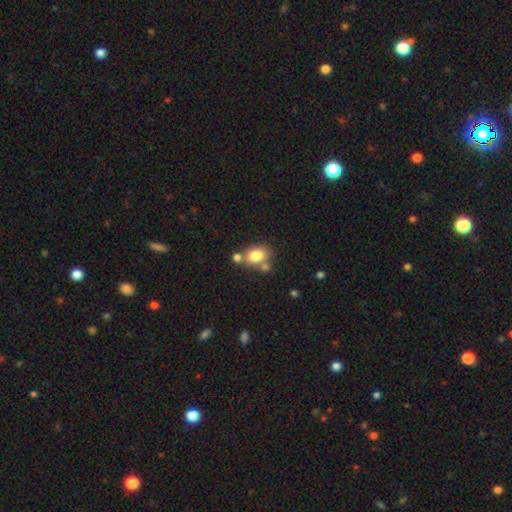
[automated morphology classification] The model was most divided on "merging": none: 56%, merger: 25%, minor disturbance: 14%, major disturbance: 5%. More confident: smooth or featured — smooth (80%); how rounded — in between (69%).